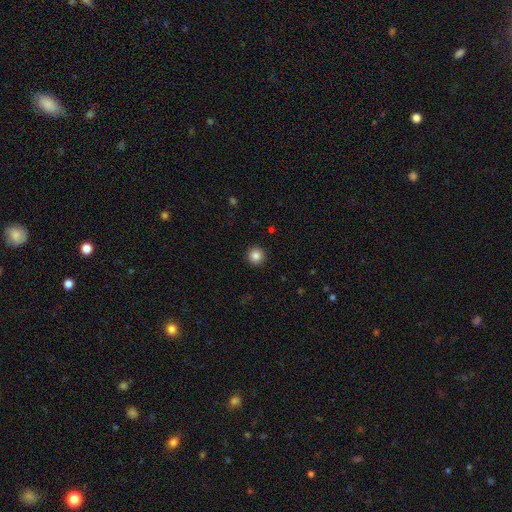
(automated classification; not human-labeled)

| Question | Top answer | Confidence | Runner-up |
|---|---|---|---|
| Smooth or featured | smooth | 85% | star or artifact (10%) |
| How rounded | round | 96% | in between (3%) |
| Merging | none | 93% | minor disturbance (4%) |